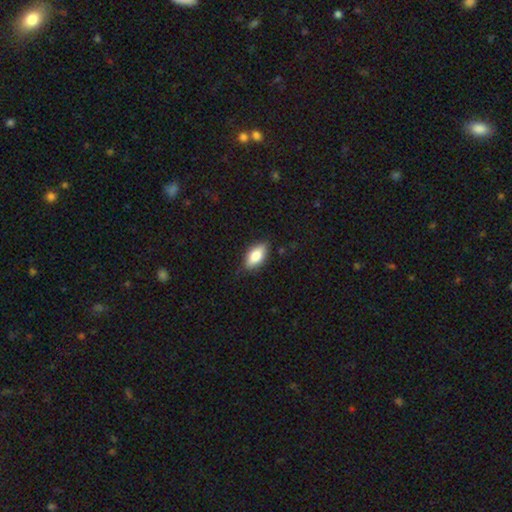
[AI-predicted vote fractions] Smooth or featured? smooth (79%)
How rounded? in between (88%)
Merging? none (80%)